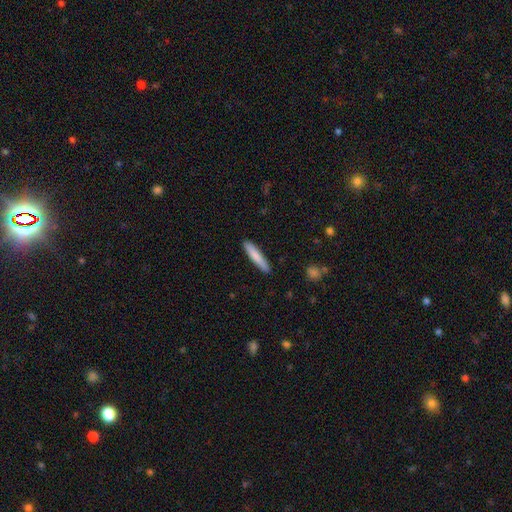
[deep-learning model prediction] smooth 80%, featured or disk 15%, star or artifact 5%. Down the decision tree: how rounded — cigar-shaped (90%); merging — none (89%).